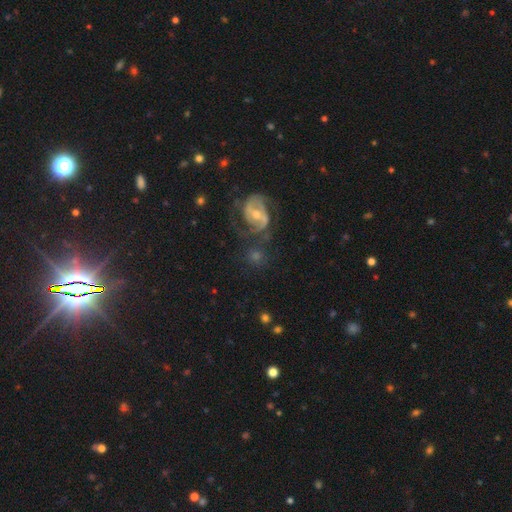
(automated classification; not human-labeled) Morphology: type=featured or disk (62%); edge-on=no (96%); bar=weak (42%); spiral arms=yes (88%); winding=medium (49%); arm count=2 (70%); bulge=moderate (47%); merging=none (64%).